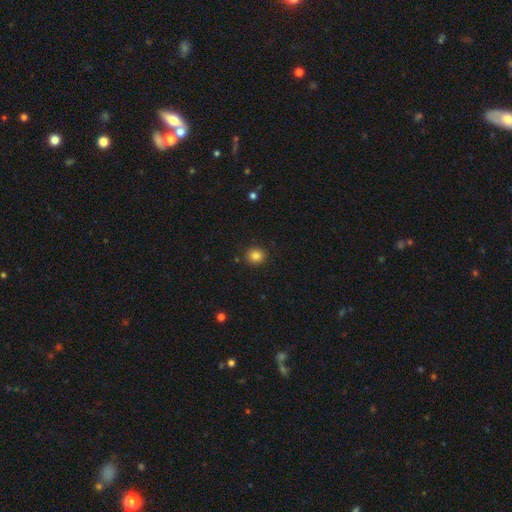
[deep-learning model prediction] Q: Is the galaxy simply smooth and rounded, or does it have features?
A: smooth — 84%.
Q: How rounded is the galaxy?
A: round — 85%.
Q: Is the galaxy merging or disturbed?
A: none — 90%.